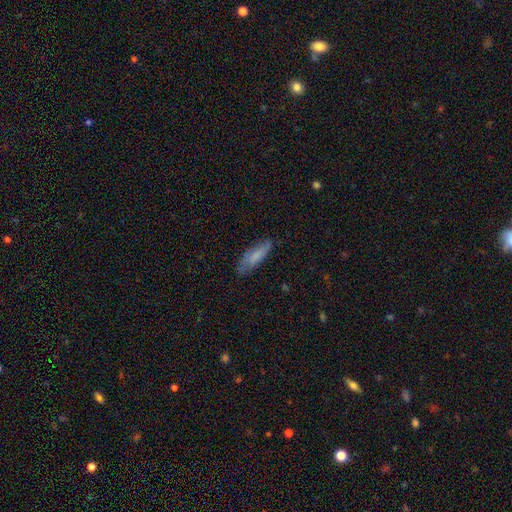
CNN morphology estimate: The model was most divided on "how rounded": cigar-shaped: 55%, in between: 43%, round: 2%. More confident: smooth or featured — smooth (74%); merging — none (71%).